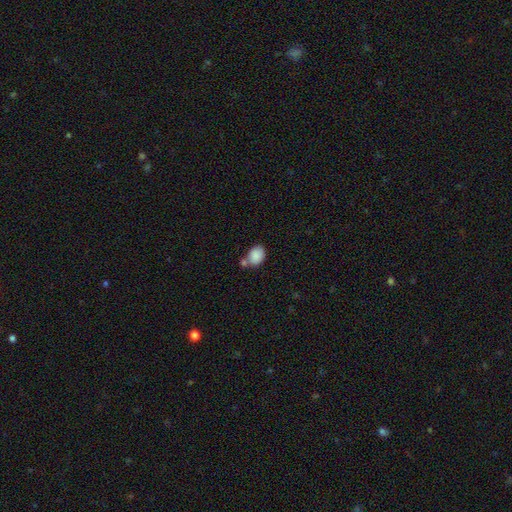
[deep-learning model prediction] Smooth or featured: smooth — 87% (star or artifact — 8%)
How rounded: in between — 66% (round — 33%)
Merging: none — 52% (merger — 28%)